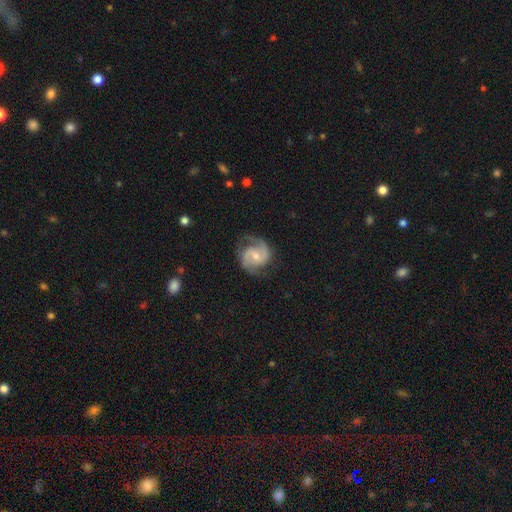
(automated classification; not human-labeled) smooth_or_featured: featured or disk (p=0.87) [alt: smooth p=0.08]
disk_edge_on: no (p=0.98) [alt: yes p=0.02]
bar: weak (p=0.50) [alt: no p=0.37]
has_spiral_arms: yes (p=0.97) [alt: no p=0.03]
spiral_winding: medium (p=0.56) [alt: tight p=0.27]
spiral_arm_count: 2 (p=0.91) [alt: can't tell p=0.03]
bulge_size: moderate (p=0.48) [alt: small p=0.45]
merging: none (p=0.77) [alt: minor disturbance p=0.16]